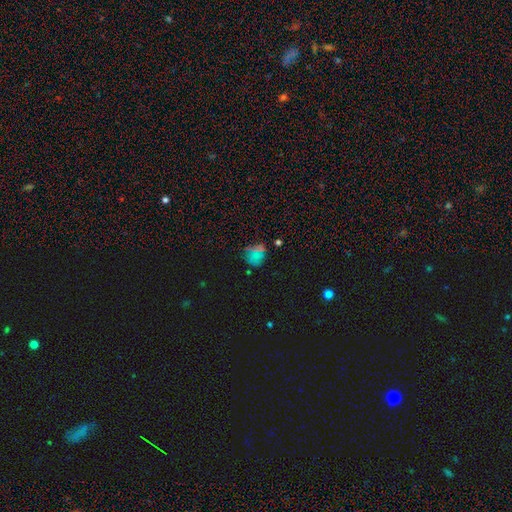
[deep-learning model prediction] Smooth or featured? smooth (49%)
Merging? none (68%)